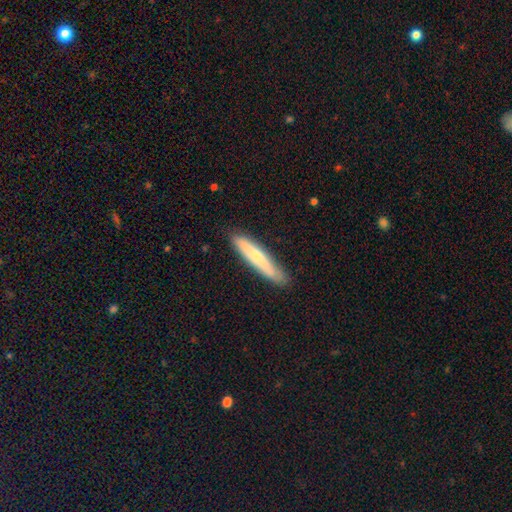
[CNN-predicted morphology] smooth-or-featured: smooth: 56% | featured or disk: 35% | star or artifact: 9%
  how-rounded: cigar-shaped: 92% | in between: 7% | round: 1%
  merging: none: 86% | minor disturbance: 11% | major disturbance: 2% | merger: 1%